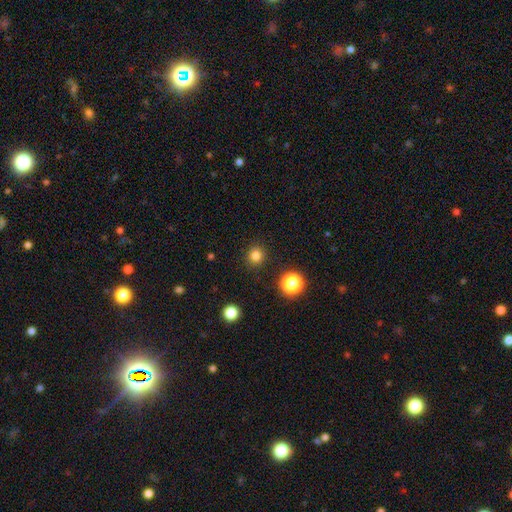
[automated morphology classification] Smooth or featured? Predicted: smooth (p=0.81). How rounded? Predicted: round (p=0.92). Merging? Predicted: none (p=0.91).